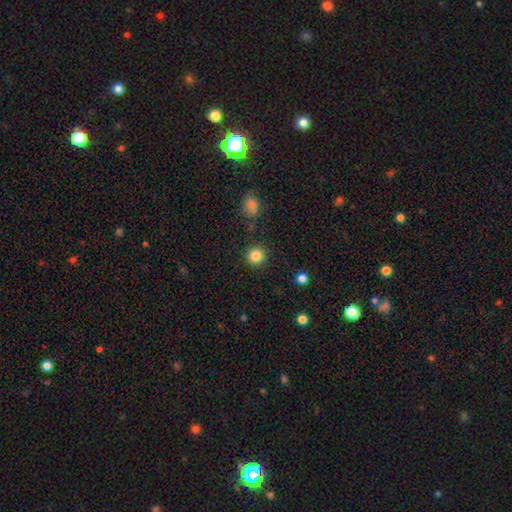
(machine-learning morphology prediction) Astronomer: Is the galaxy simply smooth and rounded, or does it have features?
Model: smooth — 84%.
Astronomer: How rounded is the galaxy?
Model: round — 94%.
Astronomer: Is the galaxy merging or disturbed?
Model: none — 90%.